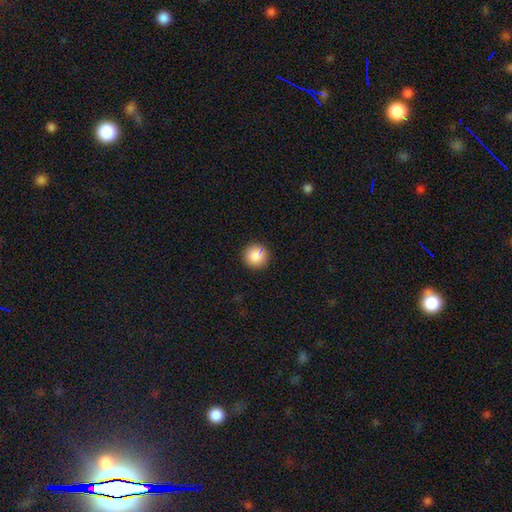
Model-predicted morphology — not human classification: smooth 86%, star or artifact 9%, featured or disk 5%. Down the decision tree: how rounded — round (93%); merging — none (87%).